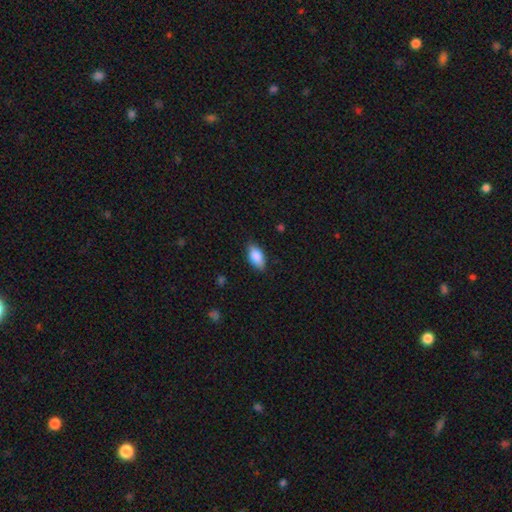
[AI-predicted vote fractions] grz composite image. It shows a smooth galaxy with no disk features (84%) that is in between round and cigar-shaped (91%). Merging: none (84%).